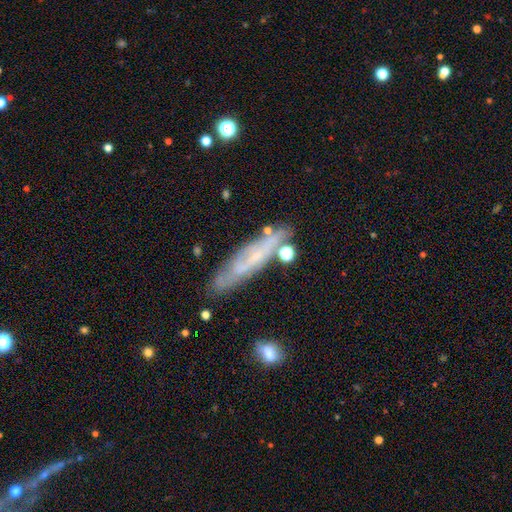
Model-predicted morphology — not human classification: Q: Smooth or featured?
A: featured or disk (59%); runner-up: smooth (31%)
Q: Edge-on disk?
A: no (51%); runner-up: yes (49%)
Q: Merging?
A: none (74%); runner-up: minor disturbance (17%)